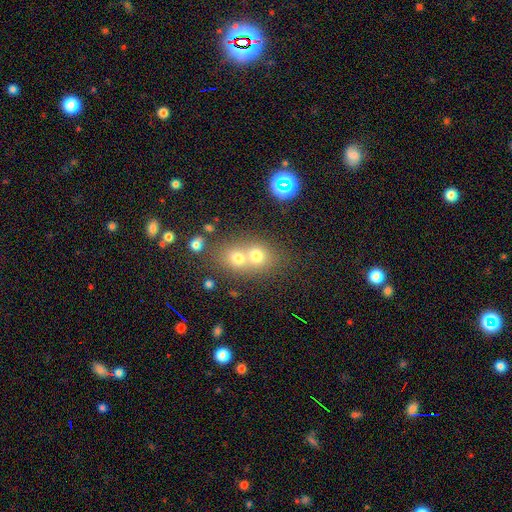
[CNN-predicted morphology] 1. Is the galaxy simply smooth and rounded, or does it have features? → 67% smooth, 18% star or artifact, 15% featured or disk.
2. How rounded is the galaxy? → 74% round, 25% in between, 1% cigar-shaped.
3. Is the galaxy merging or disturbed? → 59% merger, 33% none, 6% minor disturbance, 3% major disturbance.